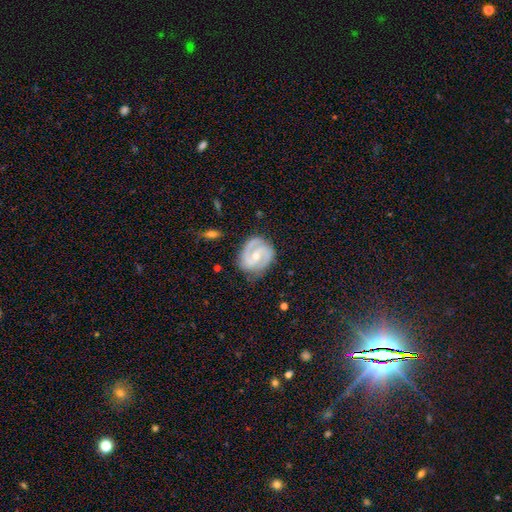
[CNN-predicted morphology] Smooth or featured: featured or disk — 87% (smooth — 9%)
Edge-on disk: no — 98% (yes — 2%)
Bar: weak — 47% (no — 37%)
Spiral arms: yes — 96% (no — 4%)
Spiral winding: medium — 48% (tight — 41%)
Spiral arm count: 2 — 87% (can't tell — 5%)
Bulge size: moderate — 51% (small — 45%)
Merging: none — 75% (minor disturbance — 18%)